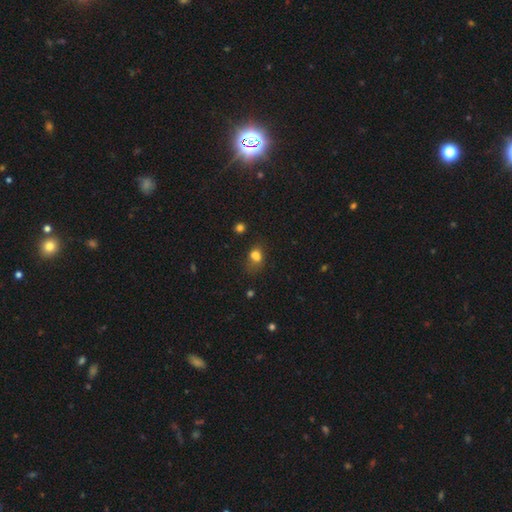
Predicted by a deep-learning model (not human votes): smooth 73%, star or artifact 16%, featured or disk 11%. Down the decision tree: how rounded — in between (66%); merging — none (41%).